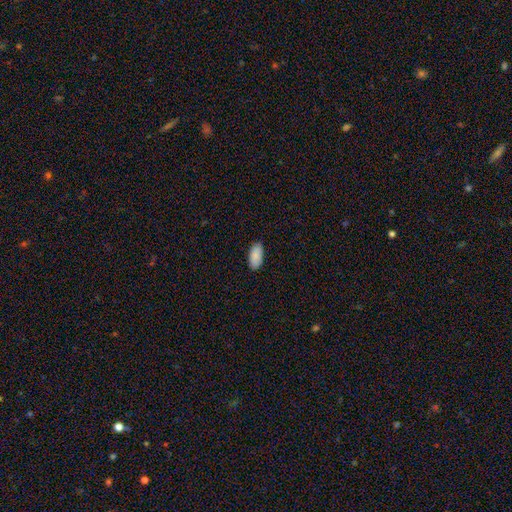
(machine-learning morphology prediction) Smooth or featured? smooth (90%)
How rounded? in between (93%)
Merging? none (88%)